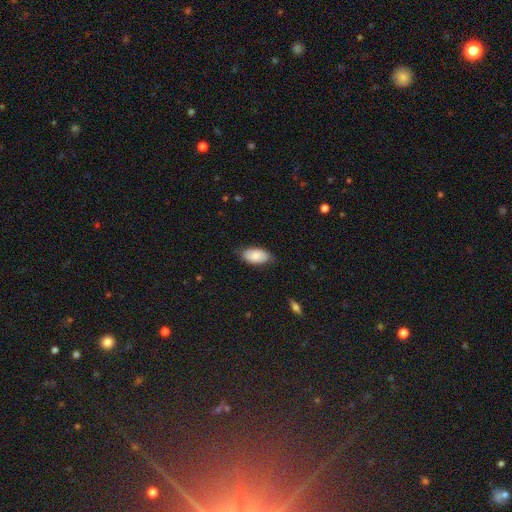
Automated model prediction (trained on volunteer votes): smooth-or-featured: smooth: 79% | featured or disk: 14% | star or artifact: 6%
  how-rounded: in between: 95% | round: 3% | cigar-shaped: 2%
  merging: none: 77% | minor disturbance: 18% | major disturbance: 3% | merger: 1%